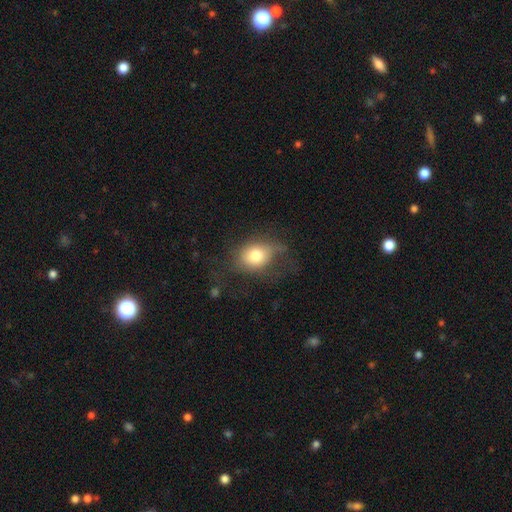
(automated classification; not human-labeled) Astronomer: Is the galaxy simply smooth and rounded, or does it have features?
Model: smooth — 74%.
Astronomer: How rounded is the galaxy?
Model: in between — 61% (runner-up: round, 38%).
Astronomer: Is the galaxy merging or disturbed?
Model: none — 46% (runner-up: minor disturbance, 26%).